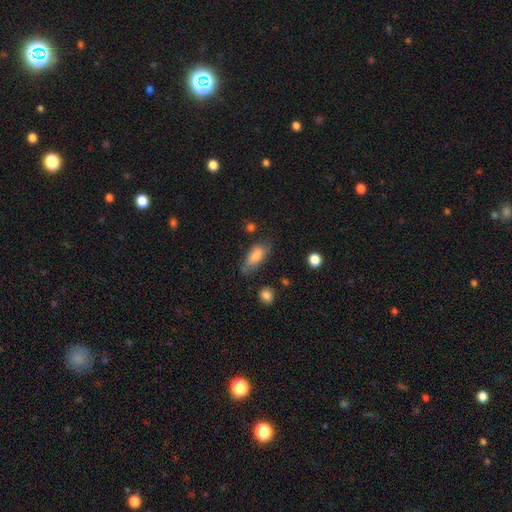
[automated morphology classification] Smooth or featured: smooth — 75% (featured or disk — 17%)
How rounded: in between — 79% (cigar-shaped — 18%)
Merging: none — 66% (minor disturbance — 24%)